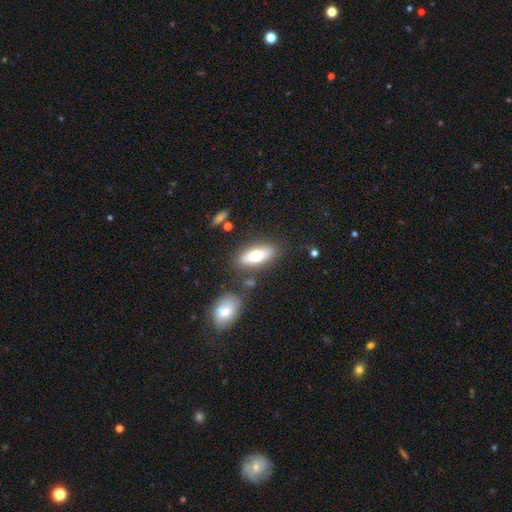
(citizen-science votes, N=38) Smooth or featured: smooth — 61% (featured or disk — 37%)
How rounded: in between — 83% (cigar-shaped — 17%)
Merging: none — 68% (merger — 14%)